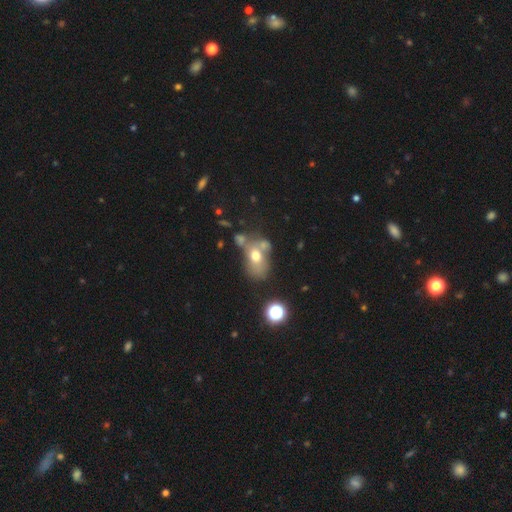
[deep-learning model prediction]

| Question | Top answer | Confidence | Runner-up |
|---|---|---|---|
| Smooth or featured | smooth | 62% | featured or disk (25%) |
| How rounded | in between | 72% | round (27%) |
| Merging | merger | 37% | none (29%) |